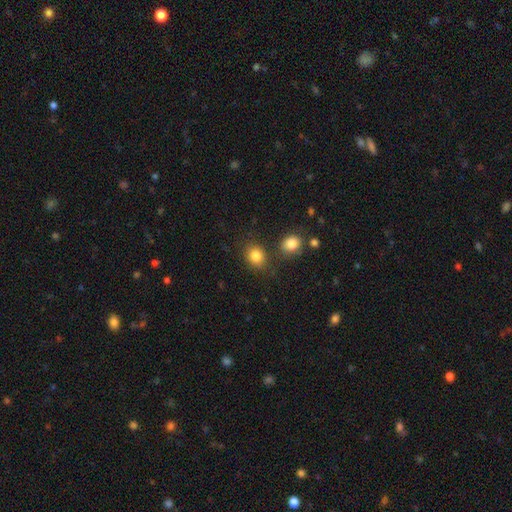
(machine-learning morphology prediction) The model was most divided on "how rounded": round: 60%, in between: 39%, cigar-shaped: 1%. More confident: smooth or featured — smooth (83%); merging — none (75%).